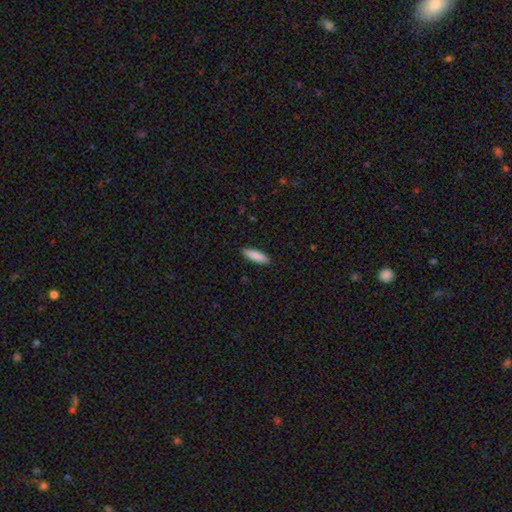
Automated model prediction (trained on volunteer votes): The model was most divided on "how rounded": cigar-shaped: 64%, in between: 35%, round: 1%. More confident: merging — none (90%); smooth or featured — smooth (88%).